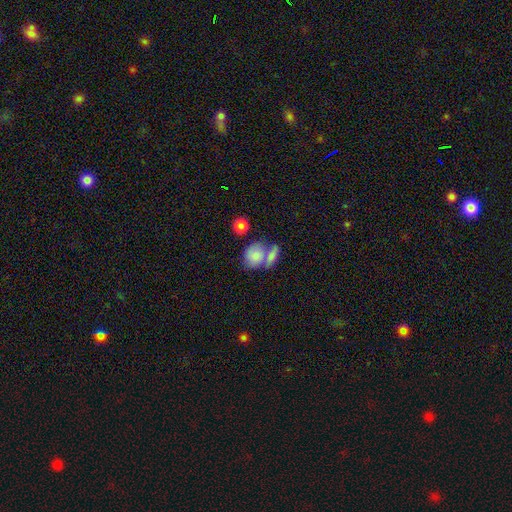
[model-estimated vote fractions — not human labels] smooth 77%, featured or disk 15%, star or artifact 7%. Down the decision tree: how rounded — in between (52%); merging — merger (46%).